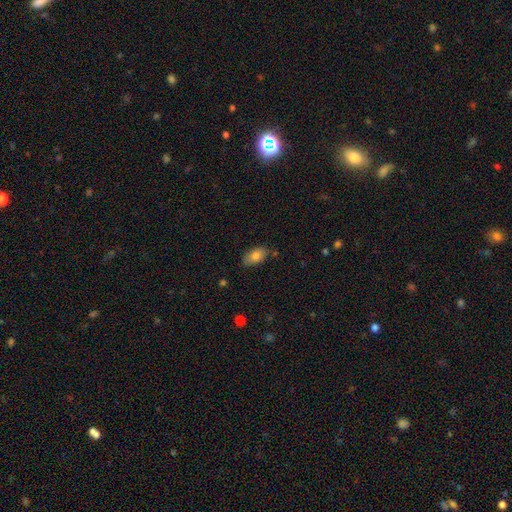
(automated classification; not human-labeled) smooth_or_featured: smooth (p=0.81) [alt: featured or disk p=0.12]
how_rounded: in between (p=0.92) [alt: round p=0.05]
merging: none (p=0.78) [alt: minor disturbance p=0.17]